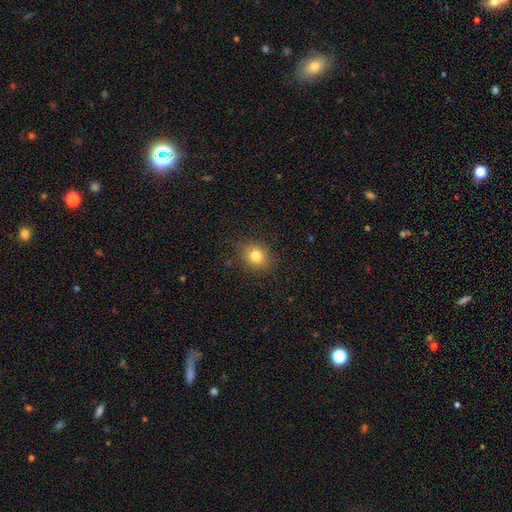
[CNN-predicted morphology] This is likely a smooth galaxy (79%). How rounded: likely round (68%). Merging: clearly none (81%).